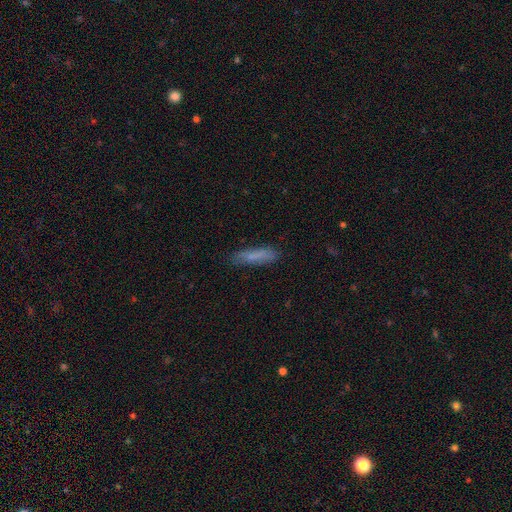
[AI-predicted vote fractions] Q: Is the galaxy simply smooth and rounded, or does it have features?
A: smooth — 75%.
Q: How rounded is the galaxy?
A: cigar-shaped — 79%.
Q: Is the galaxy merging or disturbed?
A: none — 79%.